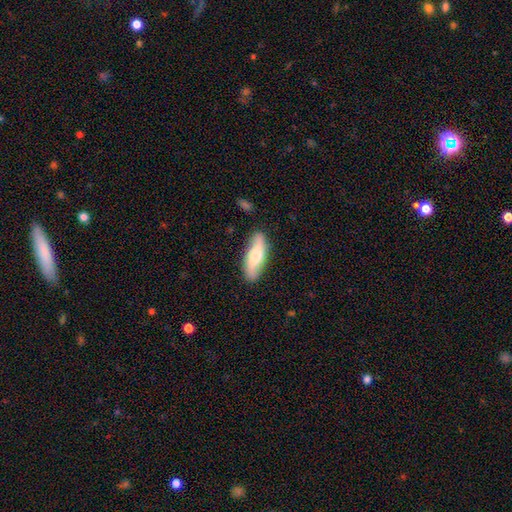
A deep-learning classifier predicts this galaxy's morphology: type=smooth (52%); roundness=in between (55%); merging=none (85%).